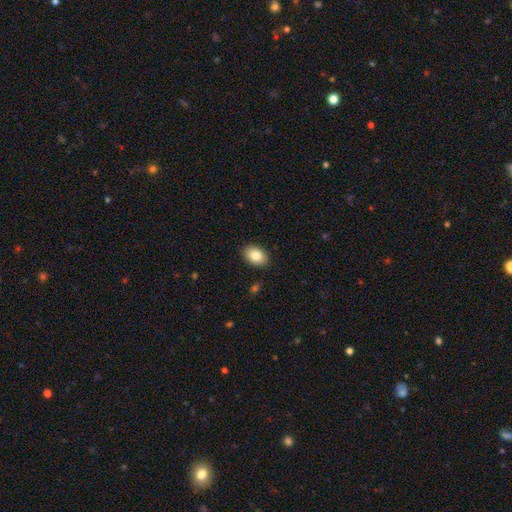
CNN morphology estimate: smooth-or-featured: smooth: 83% | featured or disk: 9% | star or artifact: 8%
  how-rounded: in between: 83% | round: 16% | cigar-shaped: 1%
  merging: none: 89% | minor disturbance: 8% | major disturbance: 2% | merger: 1%